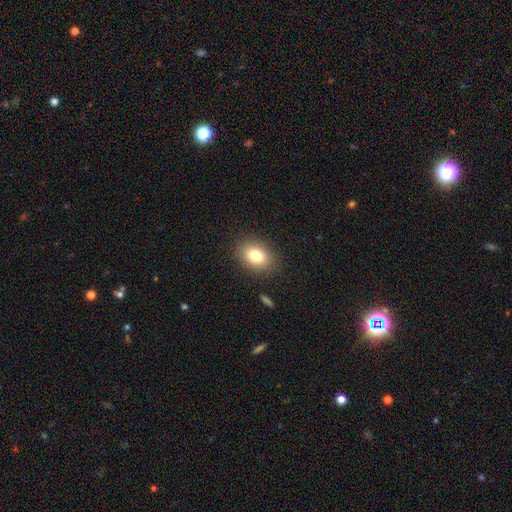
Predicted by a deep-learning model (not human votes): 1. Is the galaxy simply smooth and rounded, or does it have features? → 81% smooth, 10% featured or disk, 9% star or artifact.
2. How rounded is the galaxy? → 77% in between, 22% round, 1% cigar-shaped.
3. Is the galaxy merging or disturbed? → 87% none, 9% minor disturbance, 3% major disturbance, 1% merger.